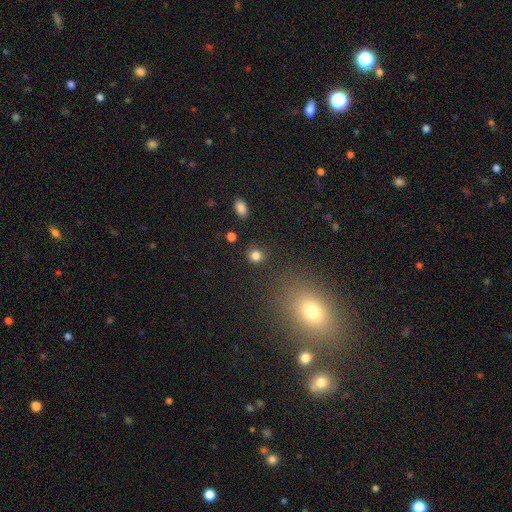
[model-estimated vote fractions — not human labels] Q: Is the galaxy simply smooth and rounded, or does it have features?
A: smooth — 82%.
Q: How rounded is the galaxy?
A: round — 88%.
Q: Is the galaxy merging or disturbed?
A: none — 87%.